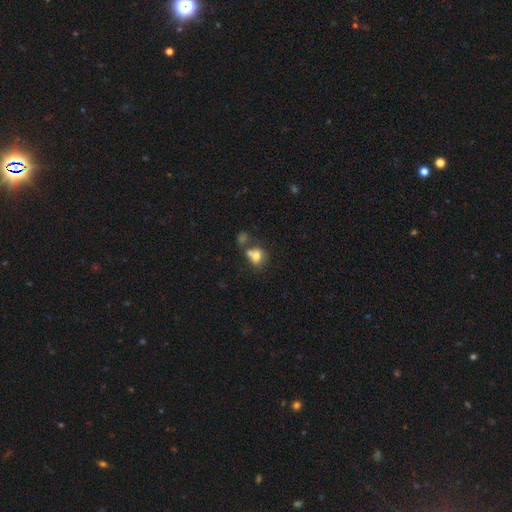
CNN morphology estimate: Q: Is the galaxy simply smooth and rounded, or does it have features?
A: smooth — 74%.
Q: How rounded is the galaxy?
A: round — 64%.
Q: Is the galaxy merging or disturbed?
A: merger — 45%.